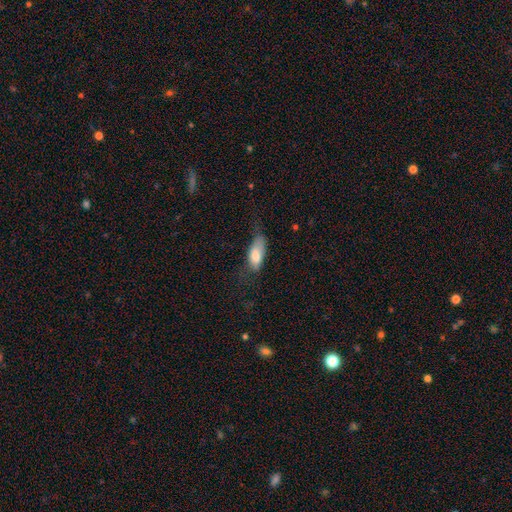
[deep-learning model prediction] smooth-or-featured: smooth: 77% | featured or disk: 16% | star or artifact: 7%
  how-rounded: in between: 82% | cigar-shaped: 16% | round: 3%
  merging: none: 41% | minor disturbance: 33% | major disturbance: 24% | merger: 2%